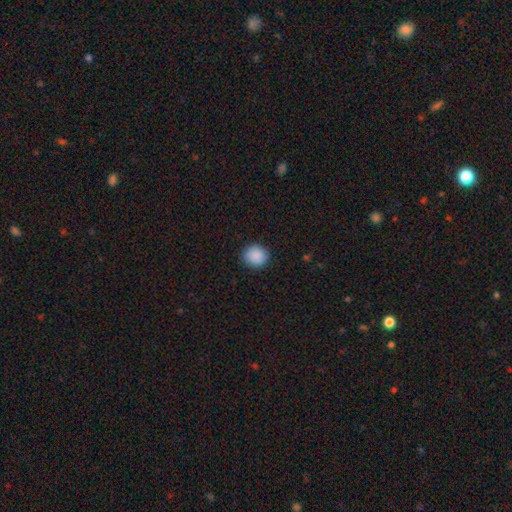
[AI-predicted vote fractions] Morphology: type=smooth (89%); roundness=round (83%); merging=none (90%).